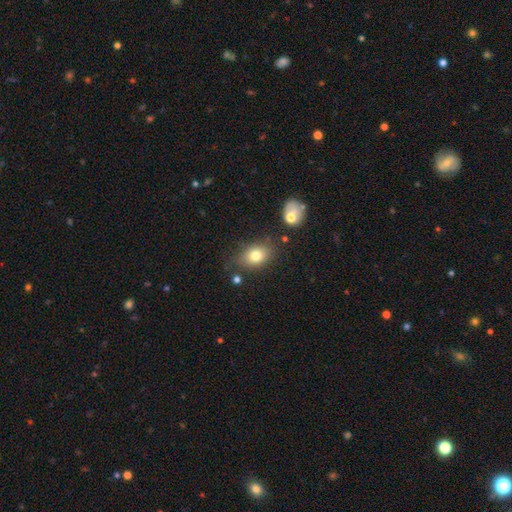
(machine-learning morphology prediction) smooth-or-featured: smooth: 77% | featured or disk: 13% | star or artifact: 10%
  how-rounded: in between: 74% | round: 24% | cigar-shaped: 1%
  merging: none: 71% | minor disturbance: 17% | merger: 6% | major disturbance: 5%